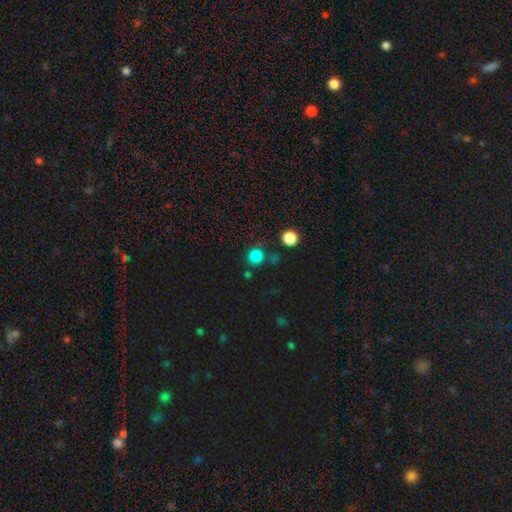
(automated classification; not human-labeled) Smooth or featured?
  - smooth: 78% *
  - star or artifact: 17%
  - featured or disk: 4%
How rounded?
  - round: 92% *
  - in between: 7%
  - cigar-shaped: 1%
Merging?
  - none: 78% *
  - minor disturbance: 10%
  - merger: 7%
  - major disturbance: 4%